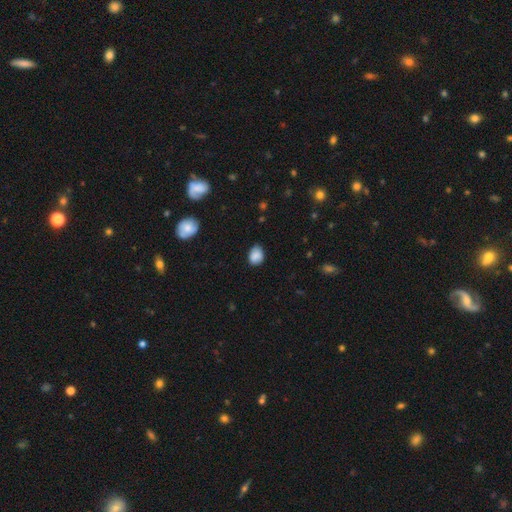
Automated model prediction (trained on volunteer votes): Overall: smooth (86%). How rounded: in between (67%; round 32%). Merging: none (74%).